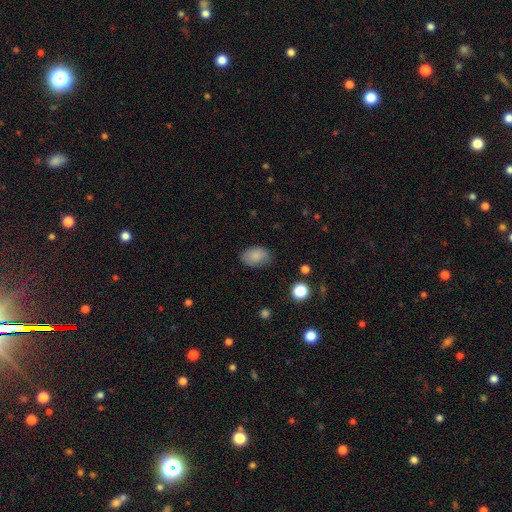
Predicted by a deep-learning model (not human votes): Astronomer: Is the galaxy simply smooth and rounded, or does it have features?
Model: smooth — 85%.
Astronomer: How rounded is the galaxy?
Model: in between — 87%.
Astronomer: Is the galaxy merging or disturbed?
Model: none — 77%.